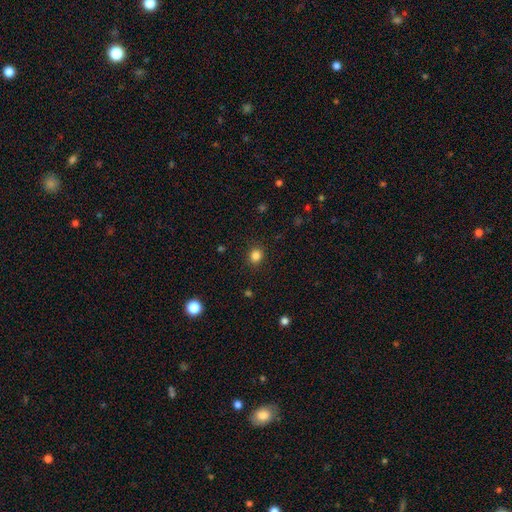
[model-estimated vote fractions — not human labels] Smooth or featured: smooth — 84% (star or artifact — 12%)
How rounded: round — 78% (in between — 21%)
Merging: none — 89% (minor disturbance — 7%)